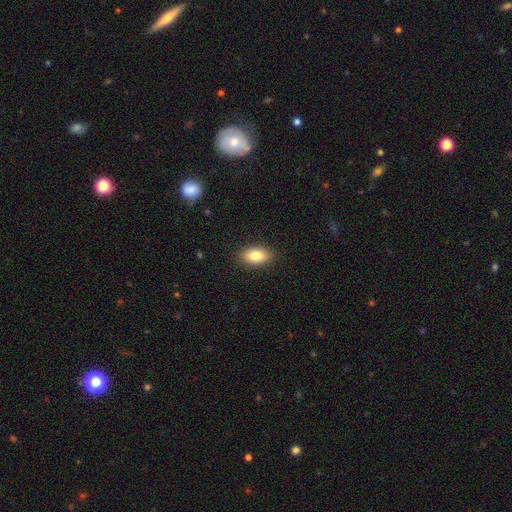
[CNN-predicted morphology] The model was most divided on "smooth or featured": smooth: 83%, featured or disk: 10%, star or artifact: 7%. More confident: how rounded — in between (89%); merging — none (89%).